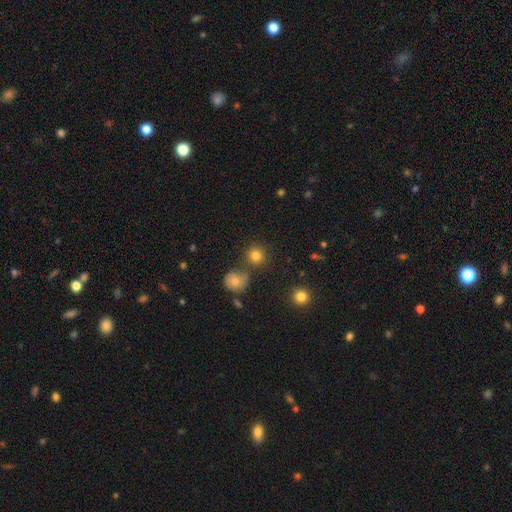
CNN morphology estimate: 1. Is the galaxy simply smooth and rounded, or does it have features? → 82% smooth, 12% star or artifact, 6% featured or disk.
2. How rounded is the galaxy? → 91% round, 8% in between, 1% cigar-shaped.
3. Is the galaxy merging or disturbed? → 76% none, 13% merger, 8% minor disturbance, 3% major disturbance.